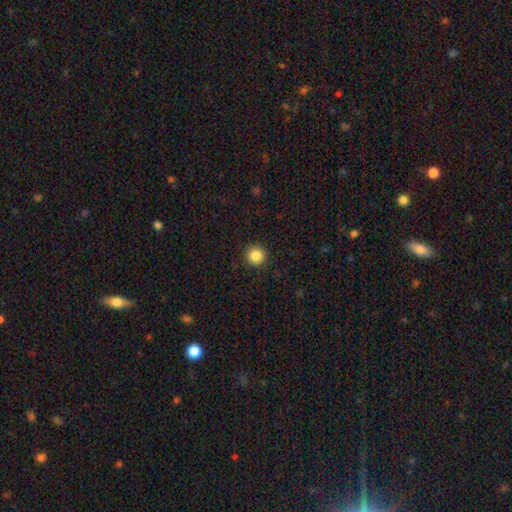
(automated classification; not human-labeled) Smooth or featured?
  - smooth: 86% *
  - star or artifact: 10%
  - featured or disk: 4%
How rounded?
  - round: 95% *
  - in between: 4%
  - cigar-shaped: 1%
Merging?
  - none: 92% *
  - minor disturbance: 5%
  - major disturbance: 2%
  - merger: 1%